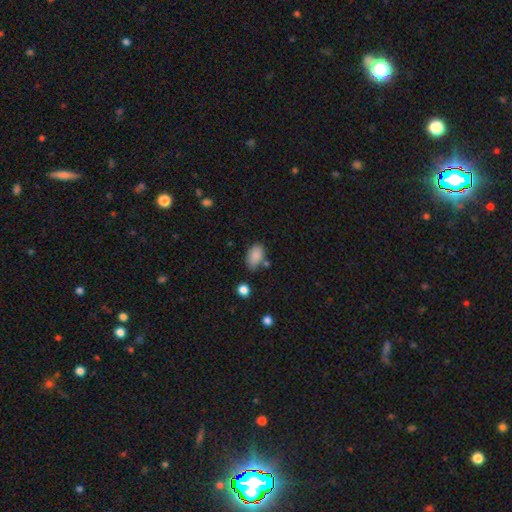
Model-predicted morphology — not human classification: Smooth or featured?
  - smooth: 86% *
  - star or artifact: 9%
  - featured or disk: 5%
How rounded?
  - in between: 90% *
  - round: 8%
  - cigar-shaped: 2%
Merging?
  - none: 65% *
  - minor disturbance: 21%
  - merger: 9%
  - major disturbance: 5%